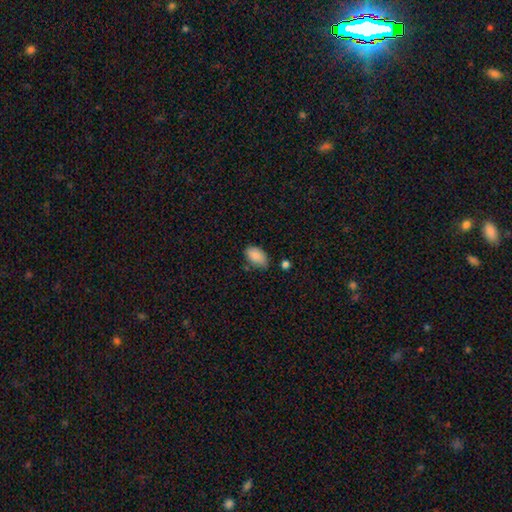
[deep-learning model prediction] The model was most divided on "merging": none: 62%, minor disturbance: 29%, major disturbance: 5%, merger: 4%. More confident: how rounded — in between (91%); smooth or featured — smooth (87%).